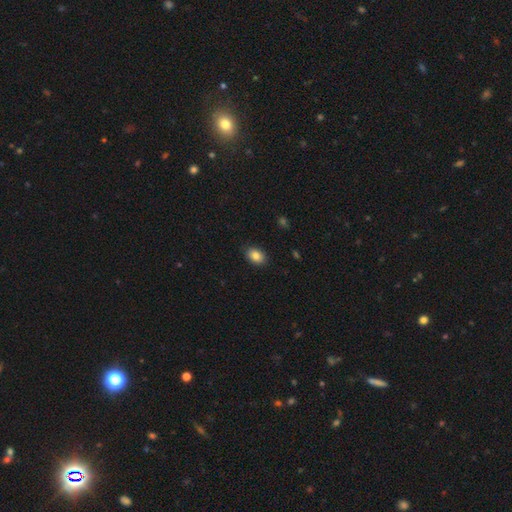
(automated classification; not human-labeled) Smooth or featured?
  - smooth: 85% *
  - star or artifact: 8%
  - featured or disk: 7%
How rounded?
  - in between: 79% *
  - round: 20%
  - cigar-shaped: 1%
Merging?
  - none: 88% *
  - minor disturbance: 9%
  - major disturbance: 2%
  - merger: 1%